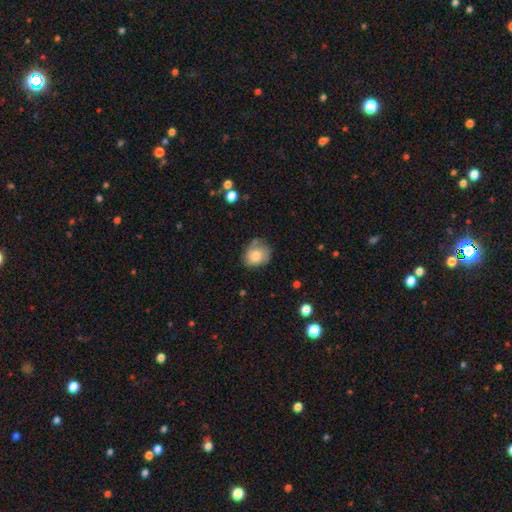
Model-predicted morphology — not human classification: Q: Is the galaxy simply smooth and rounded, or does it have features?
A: smooth — 76%.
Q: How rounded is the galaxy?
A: round — 64%.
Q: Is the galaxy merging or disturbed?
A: none — 61%.